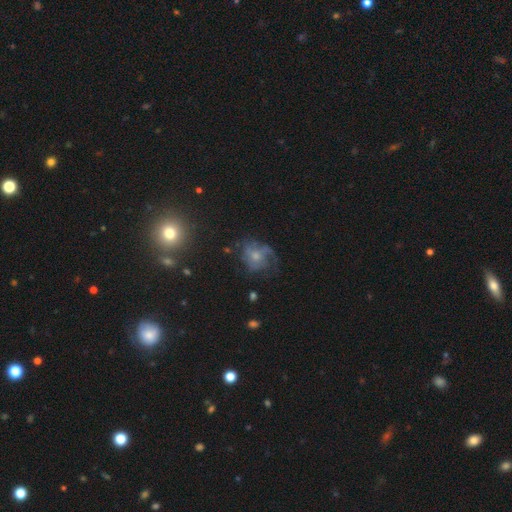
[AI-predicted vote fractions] Q: Smooth or featured?
A: featured or disk (53%); runner-up: smooth (32%)
Q: Edge-on disk?
A: no (97%); runner-up: yes (3%)
Q: Bar?
A: no (80%); runner-up: weak (17%)
Q: Spiral arms?
A: yes (64%); runner-up: no (36%)
Q: Bulge size?
A: moderate (49%); runner-up: small (35%)
Q: Merging?
A: none (42%); runner-up: major disturbance (32%)